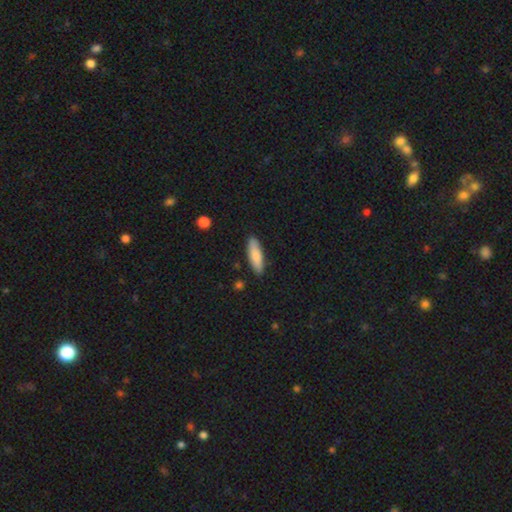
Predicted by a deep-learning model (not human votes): Smooth or featured? Predicted: smooth (p=0.84). How rounded? Predicted: cigar-shaped (p=0.53). Merging? Predicted: none (p=0.87).